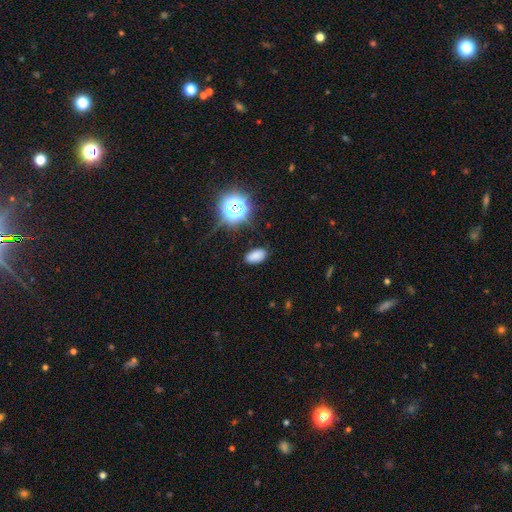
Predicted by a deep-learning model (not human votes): This is likely a smooth galaxy (75%). How rounded: clearly in between (91%). Merging: clearly none (84%).